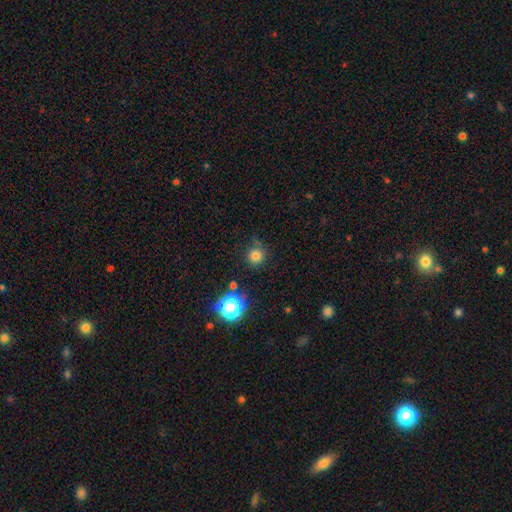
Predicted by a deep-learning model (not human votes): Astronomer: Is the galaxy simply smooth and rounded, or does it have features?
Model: smooth — 77%.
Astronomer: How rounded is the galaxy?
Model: round — 94%.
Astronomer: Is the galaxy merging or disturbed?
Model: none — 79%.